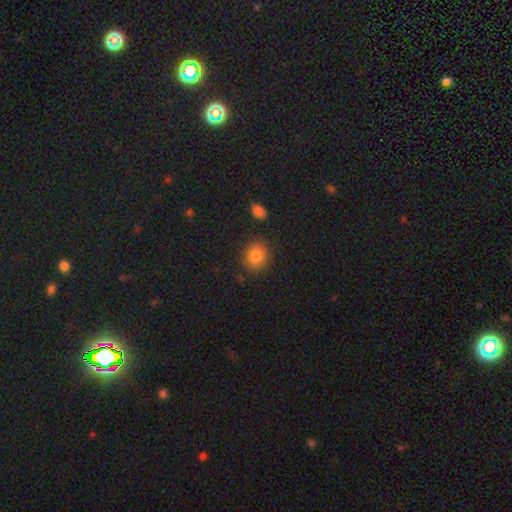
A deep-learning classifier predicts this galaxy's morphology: The model was most divided on "how rounded": round: 71%, in between: 28%, cigar-shaped: 1%. More confident: merging — none (85%); smooth or featured — smooth (83%).